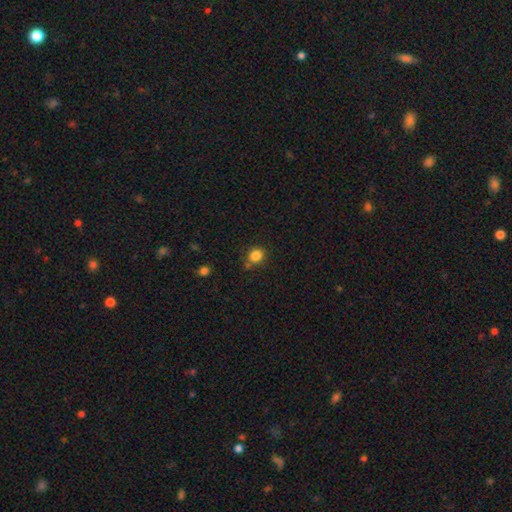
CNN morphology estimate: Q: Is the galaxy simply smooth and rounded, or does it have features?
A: smooth — 84%.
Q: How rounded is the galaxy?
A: round — 60%.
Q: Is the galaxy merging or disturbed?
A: none — 71%.